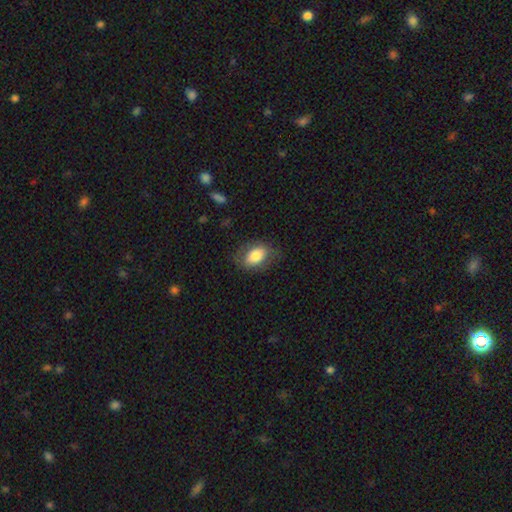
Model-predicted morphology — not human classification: smooth_or_featured: smooth (p=0.76) [alt: featured or disk p=0.16]
how_rounded: in between (p=0.86) [alt: round p=0.13]
merging: none (p=0.71) [alt: minor disturbance p=0.19]